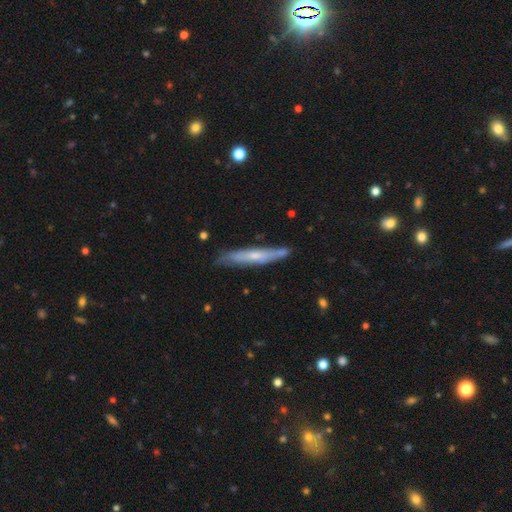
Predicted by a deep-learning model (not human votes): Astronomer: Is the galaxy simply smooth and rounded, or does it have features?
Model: featured or disk — 53% (runner-up: smooth, 41%).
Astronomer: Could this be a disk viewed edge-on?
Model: yes — 82%.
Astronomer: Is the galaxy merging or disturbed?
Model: none — 78%.